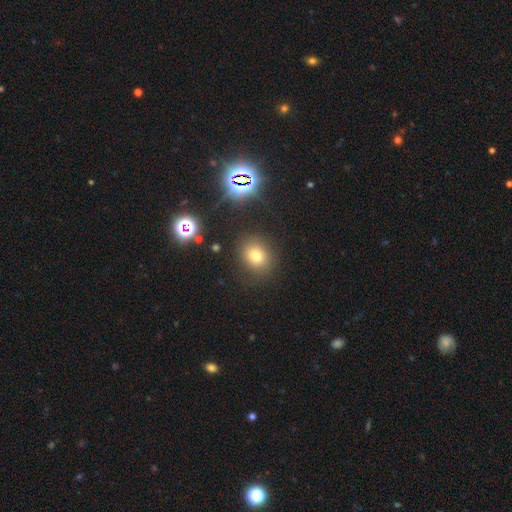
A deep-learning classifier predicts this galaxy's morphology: type=smooth (73%); roundness=round (68%); merging=none (84%).